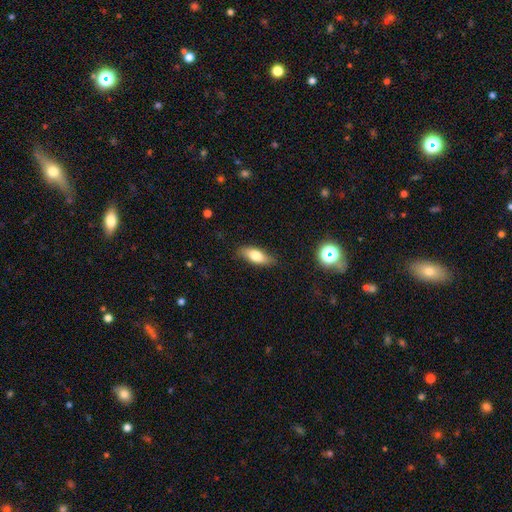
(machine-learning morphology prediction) smooth-or-featured: smooth: 75% | featured or disk: 18% | star or artifact: 8%
  how-rounded: in between: 74% | cigar-shaped: 22% | round: 4%
  merging: none: 83% | minor disturbance: 13% | major disturbance: 3% | merger: 1%